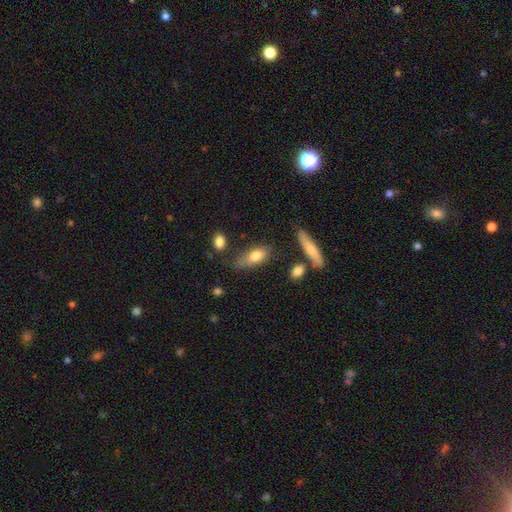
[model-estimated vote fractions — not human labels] Overall: smooth (76%). How rounded: in between (75%). Merging: none (50%; minor disturbance 32%).